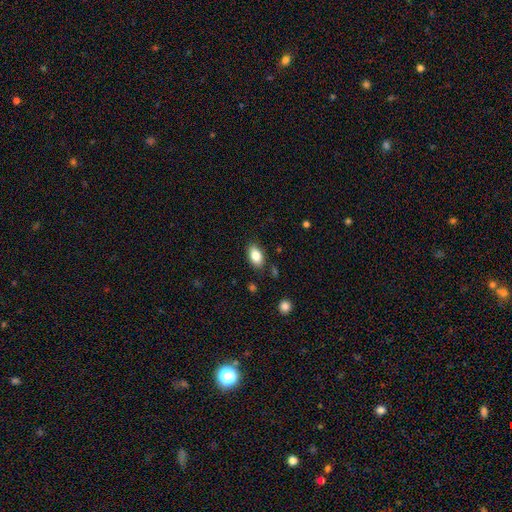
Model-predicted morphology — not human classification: Q: Smooth or featured?
A: smooth (84%); runner-up: featured or disk (9%)
Q: How rounded?
A: in between (91%); runner-up: round (7%)
Q: Merging?
A: none (84%); runner-up: minor disturbance (11%)